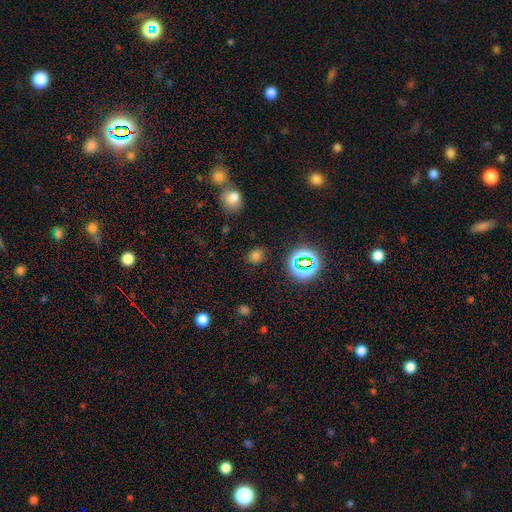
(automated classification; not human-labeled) A smooth galaxy with no disk features (64%) that is round (68%).

Vote fractions:
- Smooth or featured? smooth: 64% / star or artifact: 29% / featured or disk: 6%
- How rounded? round: 68% / in between: 31% / cigar-shaped: 1%
- Merging? none: 82% / minor disturbance: 11% / major disturbance: 4% / merger: 3%